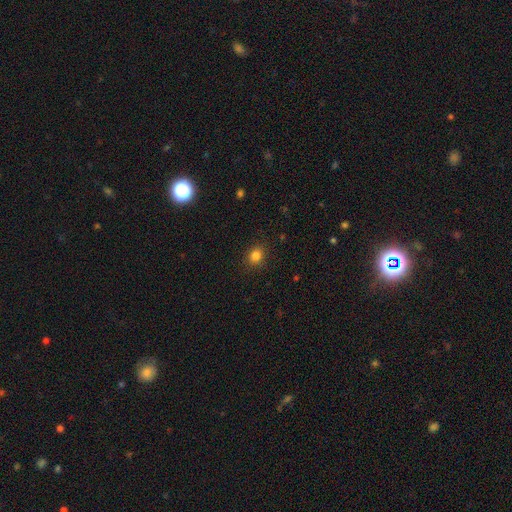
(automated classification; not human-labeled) The model was most divided on "how rounded": round: 63%, in between: 36%, cigar-shaped: 1%. More confident: merging — none (89%); smooth or featured — smooth (83%).